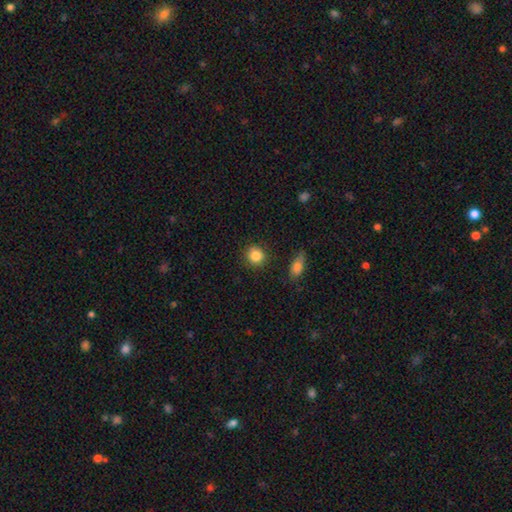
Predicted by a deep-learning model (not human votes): Smooth or featured? Predicted: smooth (p=0.86). How rounded? Predicted: round (p=0.88). Merging? Predicted: none (p=0.88).